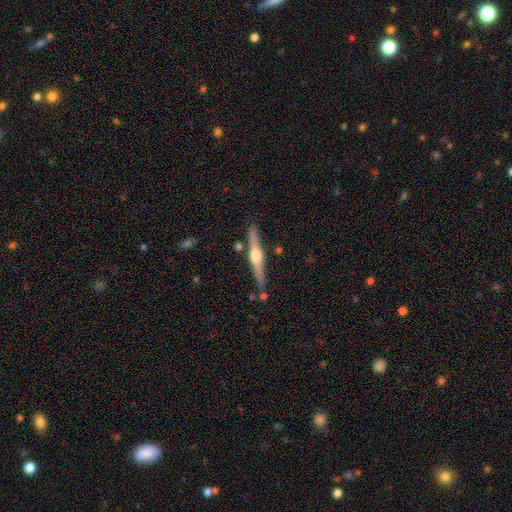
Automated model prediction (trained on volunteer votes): smooth_or_featured: featured or disk (p=0.75) [alt: smooth p=0.19]
disk_edge_on: yes (p=0.98) [alt: no p=0.02]
edge_on_bulge: rounded (p=0.93) [alt: boxy p=0.04]
merging: none (p=0.84) [alt: minor disturbance p=0.10]